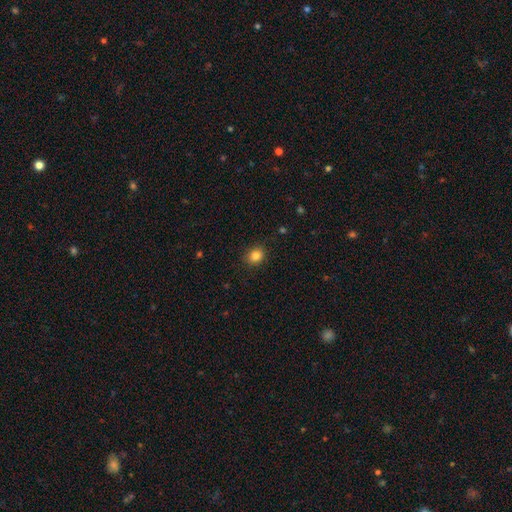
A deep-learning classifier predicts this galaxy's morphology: This appears to be a smooth galaxy with no disk features (84%) that is round (67%). Merging: none (88%).